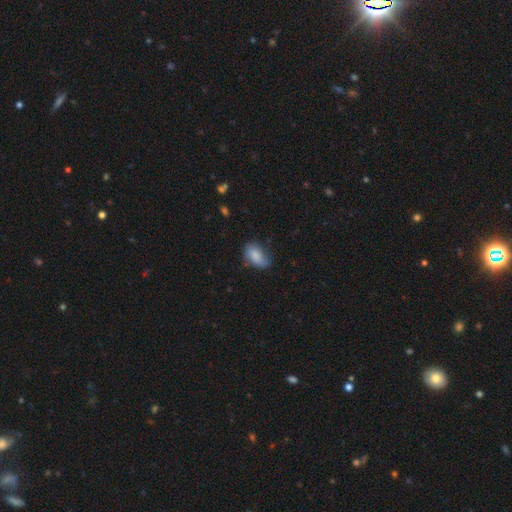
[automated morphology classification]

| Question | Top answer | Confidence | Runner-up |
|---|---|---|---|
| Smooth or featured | smooth | 80% | featured or disk (13%) |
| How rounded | in between | 89% | round (9%) |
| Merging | none | 57% | minor disturbance (32%) |